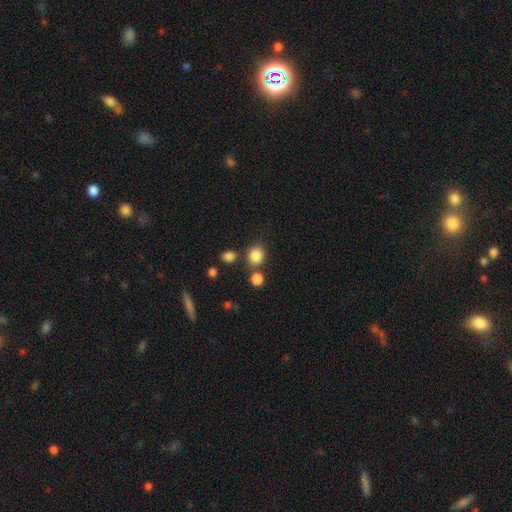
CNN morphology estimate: type=smooth (85%); roundness=round (75%); merging=none (73%).